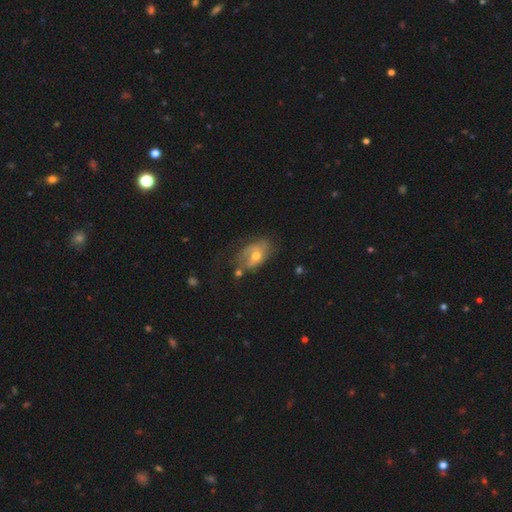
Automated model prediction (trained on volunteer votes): This appears to be a featured or disk galaxy (51%). Merging: none (47%).